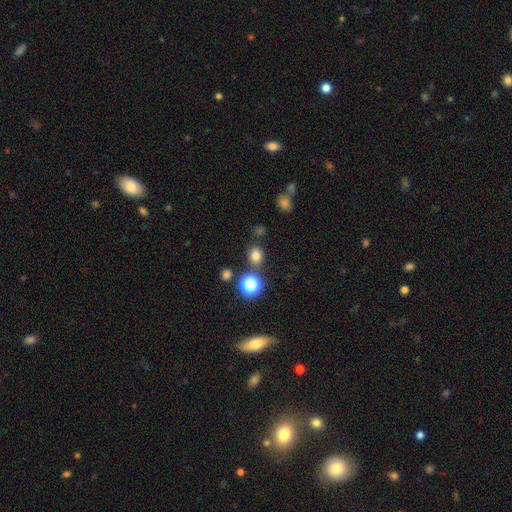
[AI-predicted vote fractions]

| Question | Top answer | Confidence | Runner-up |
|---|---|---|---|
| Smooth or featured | smooth | 76% | star or artifact (19%) |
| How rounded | round | 76% | in between (23%) |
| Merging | none | 79% | minor disturbance (10%) |